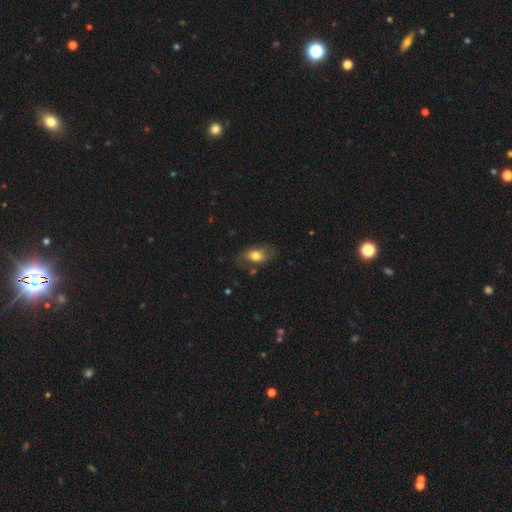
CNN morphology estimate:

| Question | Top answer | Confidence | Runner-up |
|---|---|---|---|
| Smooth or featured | smooth | 66% | featured or disk (26%) |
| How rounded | in between | 86% | round (11%) |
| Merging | none | 65% | minor disturbance (23%) |